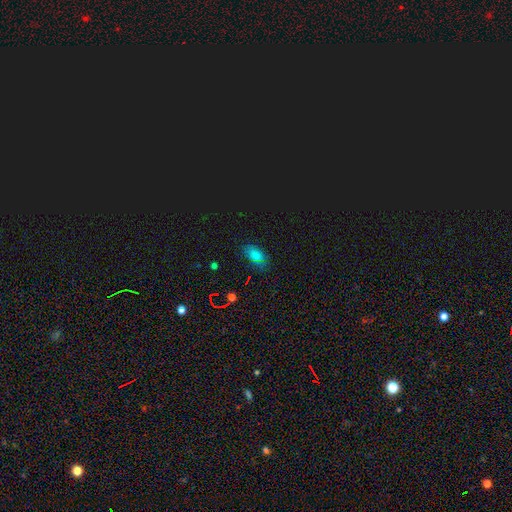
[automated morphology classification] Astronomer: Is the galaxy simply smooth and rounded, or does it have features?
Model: smooth — 72%.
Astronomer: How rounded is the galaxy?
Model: in between — 90%.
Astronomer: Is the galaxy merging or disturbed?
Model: none — 76%.